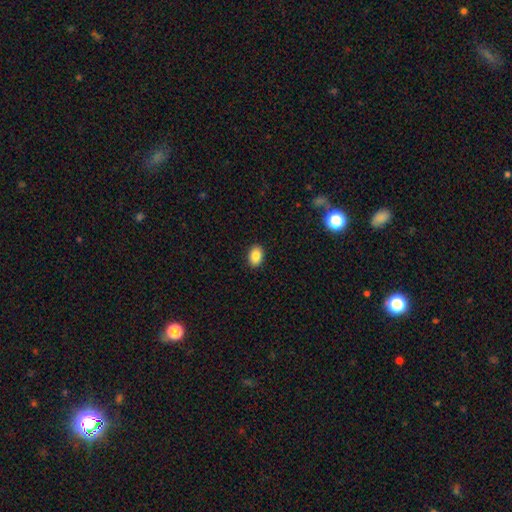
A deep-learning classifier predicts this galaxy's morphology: Smooth or featured: smooth — 86% (star or artifact — 8%)
How rounded: in between — 78% (round — 21%)
Merging: none — 91% (minor disturbance — 7%)